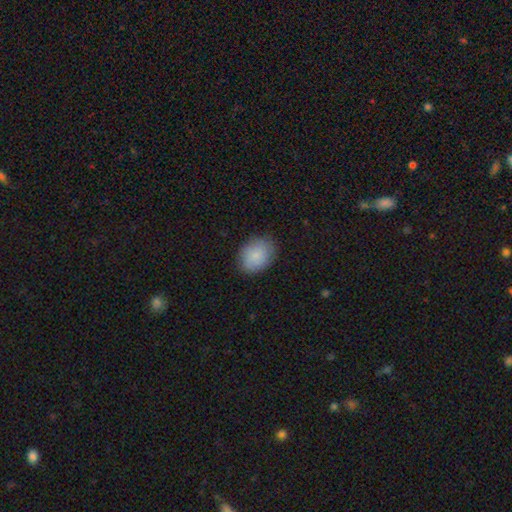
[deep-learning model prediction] smooth 86%, featured or disk 7%, star or artifact 7%. Down the decision tree: how rounded — in between (64%); merging — none (83%).